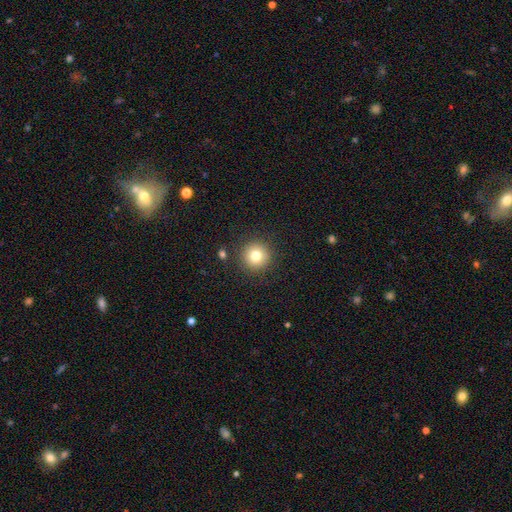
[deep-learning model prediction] smooth-or-featured: smooth: 79% | star or artifact: 12% | featured or disk: 9%
  how-rounded: round: 96% | in between: 3% | cigar-shaped: 1%
  merging: none: 89% | minor disturbance: 6% | major disturbance: 2% | merger: 2%